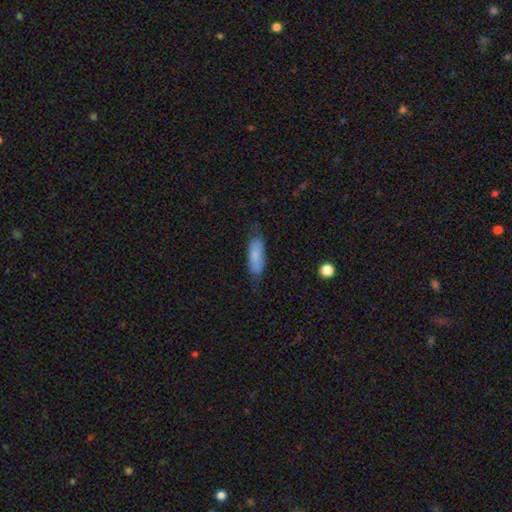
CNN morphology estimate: smooth 74%, featured or disk 19%, star or artifact 7%. Down the decision tree: how rounded — in between (65%); merging — none (66%).